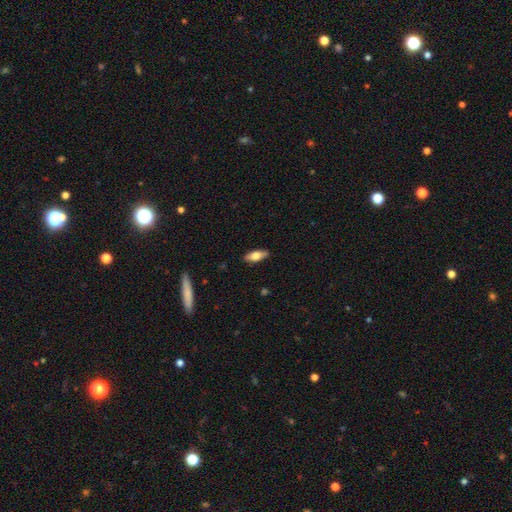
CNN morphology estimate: smooth_or_featured: smooth (p=0.69) [alt: featured or disk p=0.25]
how_rounded: in between (p=0.74) [alt: cigar-shaped p=0.23]
merging: none (p=0.87) [alt: minor disturbance p=0.10]